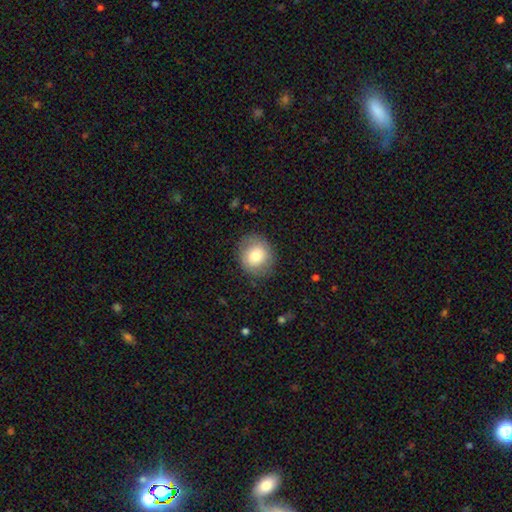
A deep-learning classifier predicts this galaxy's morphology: The model was most divided on "smooth or featured": smooth: 77%, featured or disk: 14%, star or artifact: 9%. More confident: merging — none (83%); how rounded — round (83%).